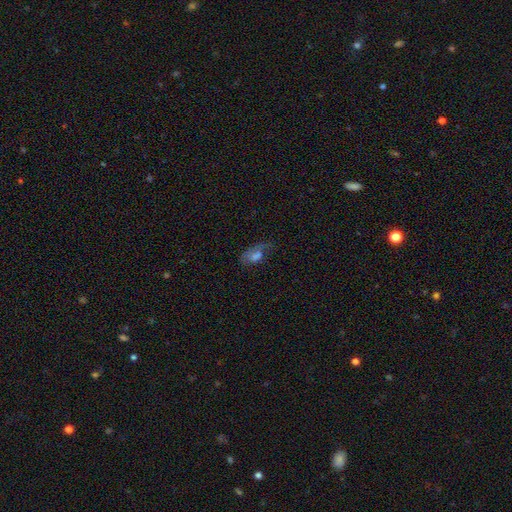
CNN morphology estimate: Smooth or featured?
  - smooth: 45% *
  - featured or disk: 36%
  - star or artifact: 19%
Merging?
  - none: 43% *
  - major disturbance: 28%
  - minor disturbance: 25%
  - merger: 5%